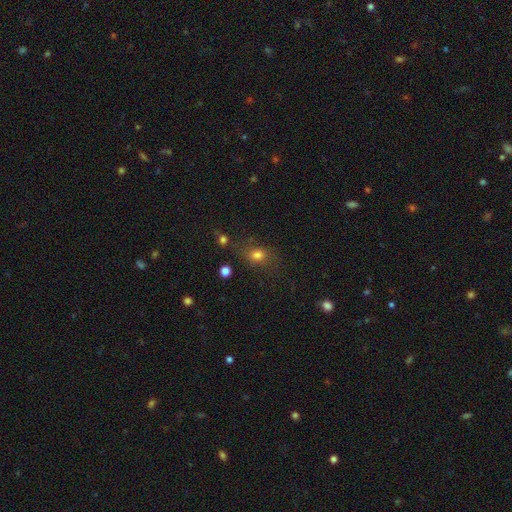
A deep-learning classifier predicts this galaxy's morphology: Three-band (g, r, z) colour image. It shows a smooth galaxy with no disk features (65%) that is round (54%). Merging: none (70%).